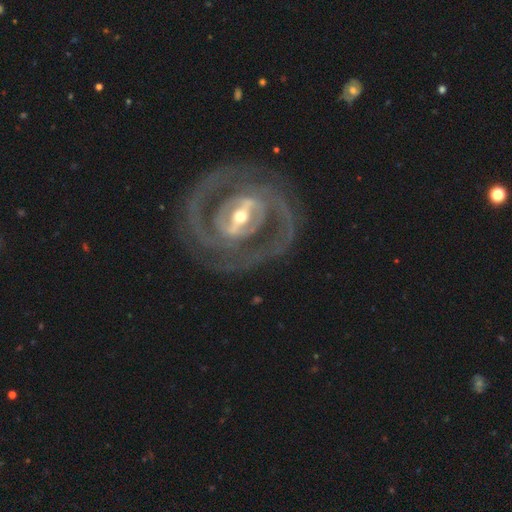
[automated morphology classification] Smooth or featured? featured or disk (90%)
Edge-on disk? no (96%)
Bar? strong (57%)
Spiral arms? yes (95%)
Spiral winding? tight (55%)
Spiral arm count? 2 (85%)
Bulge size? small (52%)
Merging? none (80%)